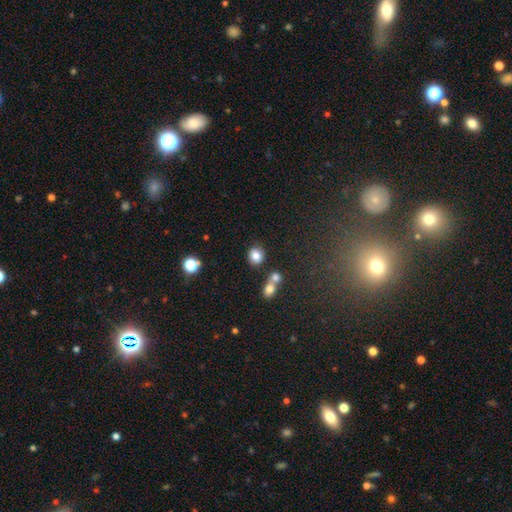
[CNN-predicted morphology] Smooth or featured: smooth — 81% (star or artifact — 11%)
How rounded: round — 75% (in between — 24%)
Merging: none — 74% (merger — 13%)